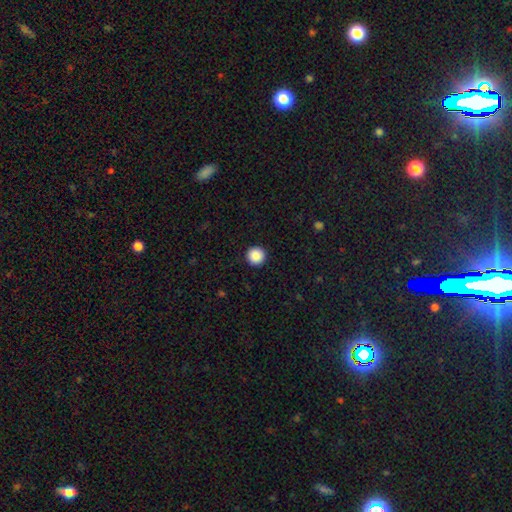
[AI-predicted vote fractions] Overall: smooth (89%). How rounded: round (97%). Merging: none (93%).